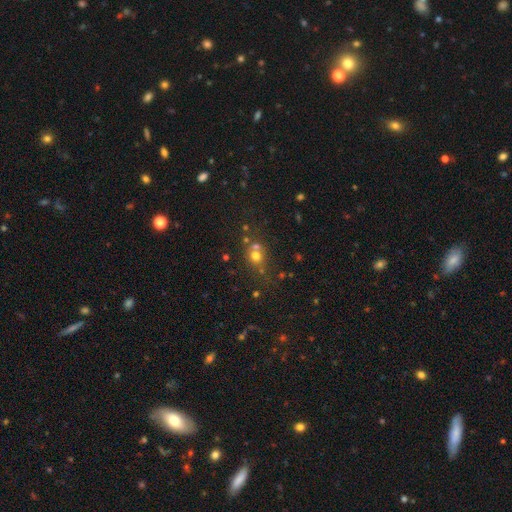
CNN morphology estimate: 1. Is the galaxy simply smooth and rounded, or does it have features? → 64% smooth, 22% star or artifact, 14% featured or disk.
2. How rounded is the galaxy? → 81% round, 18% in between, 1% cigar-shaped.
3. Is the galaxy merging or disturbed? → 54% none, 30% merger, 10% minor disturbance, 5% major disturbance.